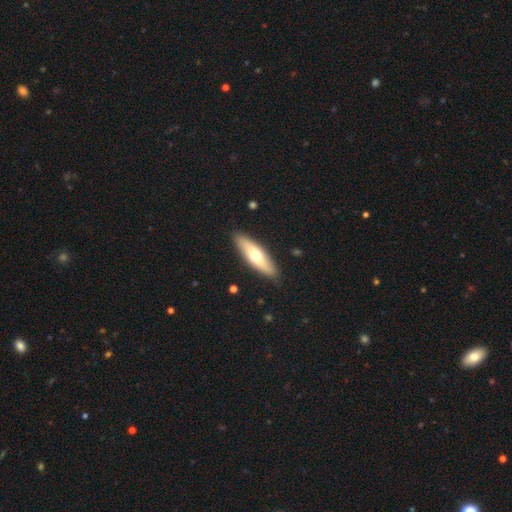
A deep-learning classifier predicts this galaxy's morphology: Smooth or featured? smooth (59%)
How rounded? cigar-shaped (55%)
Merging? none (89%)